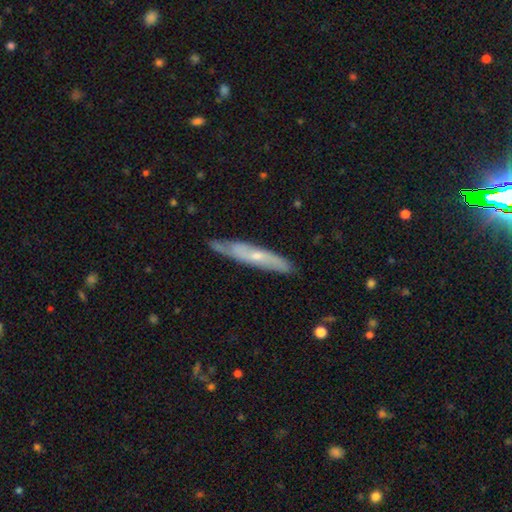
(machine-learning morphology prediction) Smooth or featured?
  - featured or disk: 58% *
  - smooth: 36%
  - star or artifact: 6%
Edge-on disk?
  - yes: 59% *
  - no: 41%
Merging?
  - none: 74% *
  - minor disturbance: 21%
  - major disturbance: 4%
  - merger: 2%